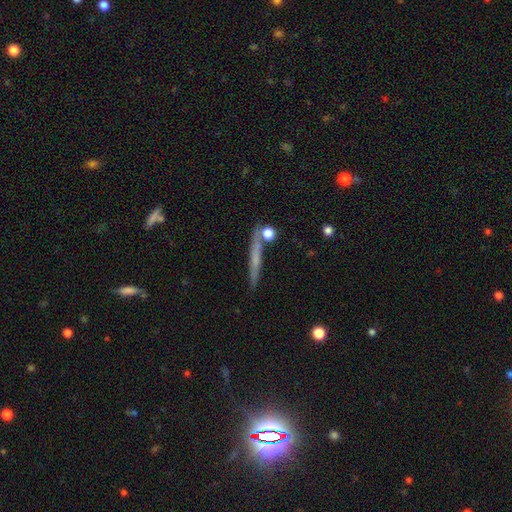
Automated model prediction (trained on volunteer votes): smooth_or_featured: featured or disk (p=0.46) [alt: smooth p=0.44]
merging: none (p=0.81) [alt: minor disturbance p=0.10]